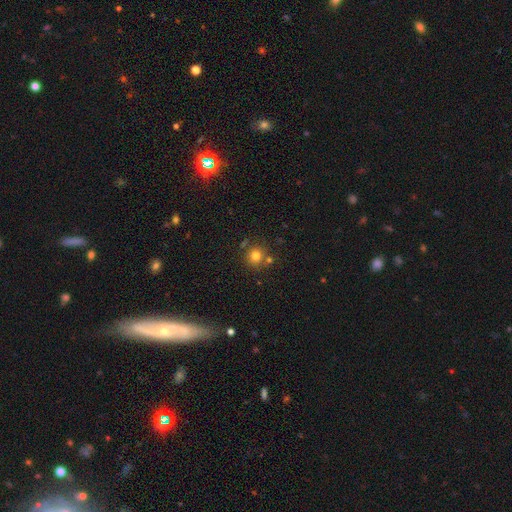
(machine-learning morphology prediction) This is likely a smooth galaxy (78%). How rounded: clearly round (90%). Merging: likely none (74%).